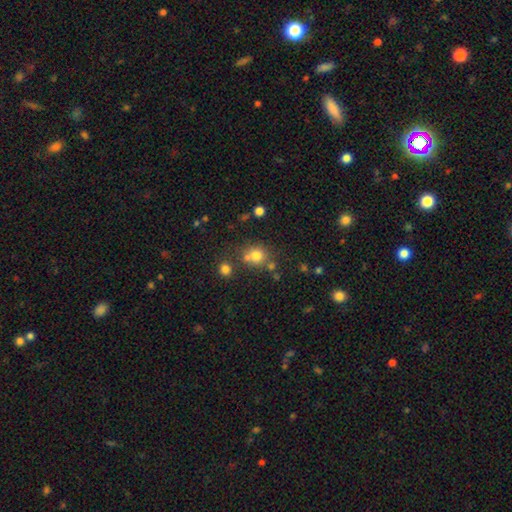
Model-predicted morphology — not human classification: This is likely a smooth galaxy (74%). How rounded: clearly round (84%). Merging: likely none (61%).